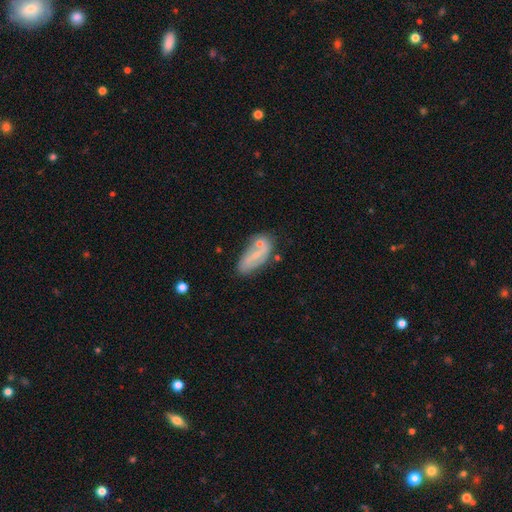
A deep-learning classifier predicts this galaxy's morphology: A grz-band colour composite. It shows a featured or disk galaxy (51%). Merging: none (56%).